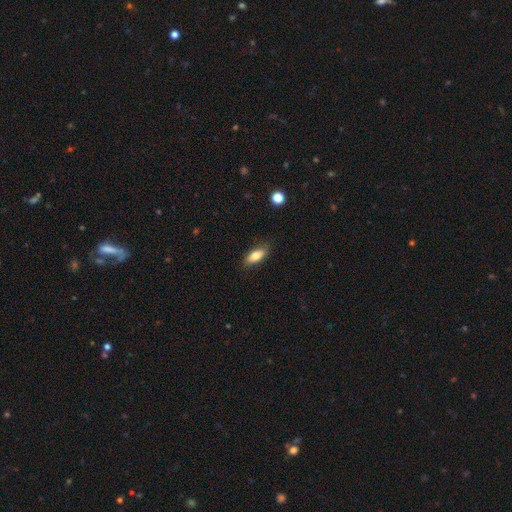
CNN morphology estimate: A smooth galaxy with no disk features (76%) that is in between round and cigar-shaped (76%).

Vote fractions:
- Smooth or featured? smooth: 76% / featured or disk: 17% / star or artifact: 7%
- How rounded? in between: 76% / cigar-shaped: 21% / round: 3%
- Merging? none: 83% / minor disturbance: 13% / major disturbance: 3% / merger: 1%